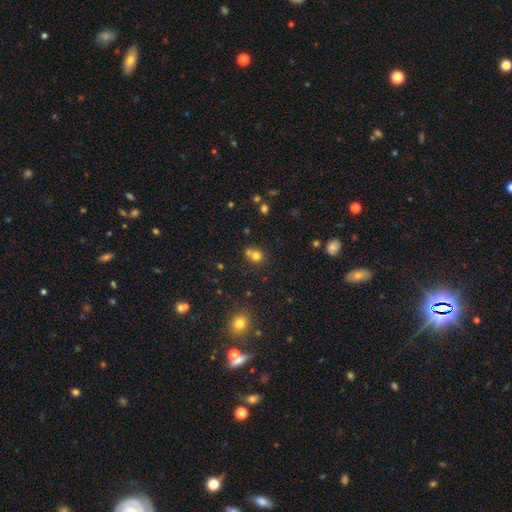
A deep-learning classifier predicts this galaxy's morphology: smooth 75%, star or artifact 15%, featured or disk 10%. Down the decision tree: how rounded — round (84%); merging — none (50%).